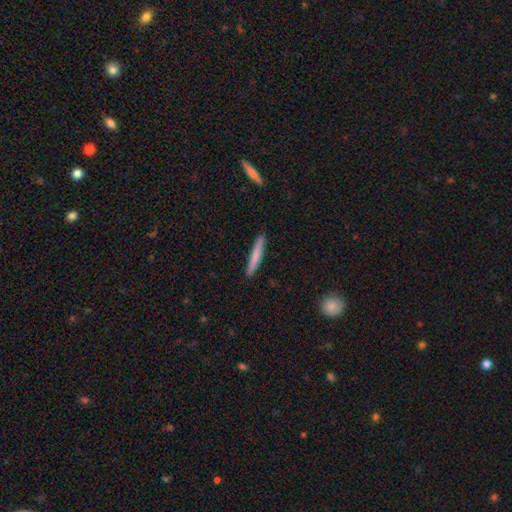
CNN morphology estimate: smooth-or-featured: smooth: 72% | featured or disk: 22% | star or artifact: 6%
  how-rounded: cigar-shaped: 95% | in between: 4% | round: 1%
  merging: none: 90% | minor disturbance: 7% | major disturbance: 1% | merger: 1%